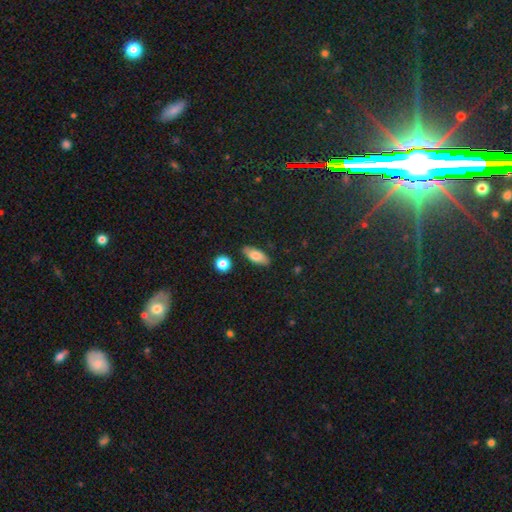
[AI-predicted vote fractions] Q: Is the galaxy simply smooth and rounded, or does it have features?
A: smooth — 78%.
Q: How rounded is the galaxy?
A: in between — 79%.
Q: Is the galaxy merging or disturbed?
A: none — 85%.